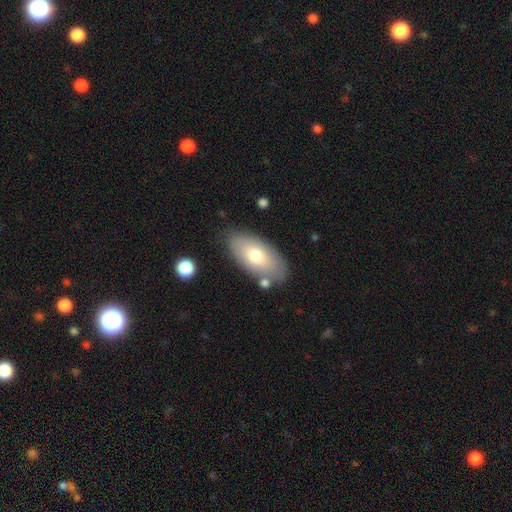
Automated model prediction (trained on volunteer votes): A smooth galaxy with no disk features (70%) that is in between round and cigar-shaped (92%).

Vote fractions:
- Smooth or featured? smooth: 70% / featured or disk: 24% / star or artifact: 6%
- How rounded? in between: 92% / cigar-shaped: 5% / round: 3%
- Merging? none: 77% / minor disturbance: 15% / merger: 5% / major disturbance: 4%